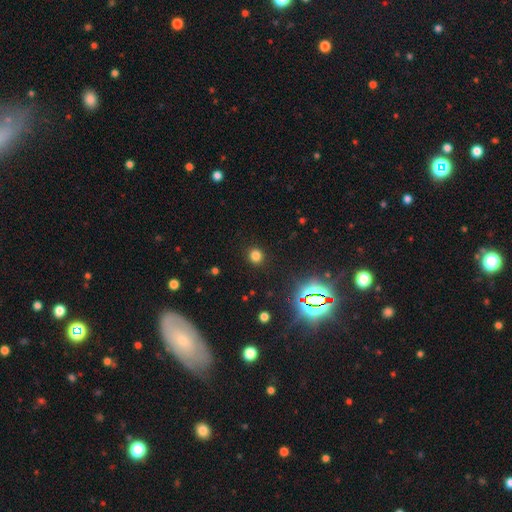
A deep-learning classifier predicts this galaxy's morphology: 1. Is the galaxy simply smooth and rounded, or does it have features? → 76% smooth, 20% star or artifact, 5% featured or disk.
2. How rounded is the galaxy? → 87% round, 12% in between, 1% cigar-shaped.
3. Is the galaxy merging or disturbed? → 90% none, 6% minor disturbance, 3% major disturbance, 1% merger.